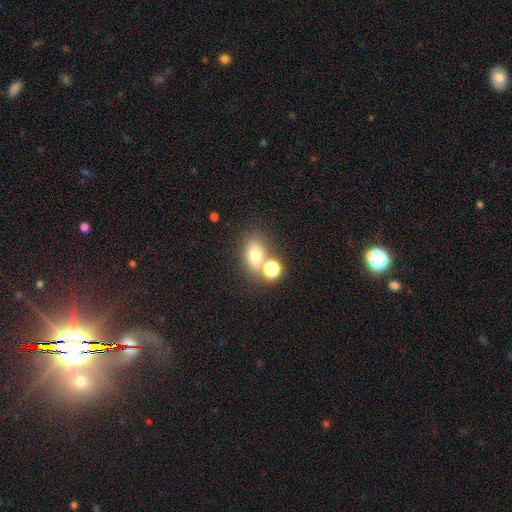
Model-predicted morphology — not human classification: Smooth or featured? Predicted: smooth (p=0.70). How rounded? Predicted: in between (p=0.63). Merging? Predicted: none (p=0.56).